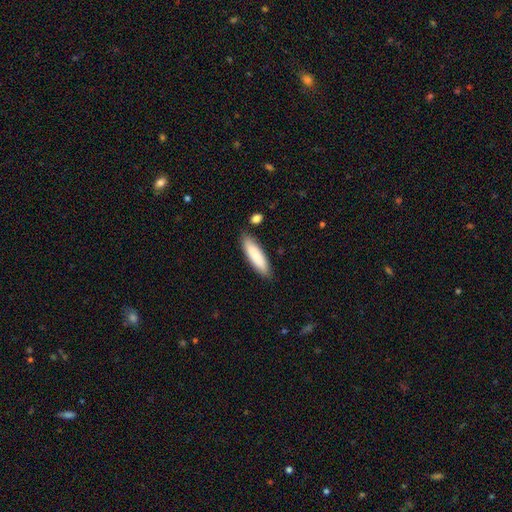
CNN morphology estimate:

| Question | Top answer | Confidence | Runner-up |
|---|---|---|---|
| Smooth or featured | smooth | 83% | featured or disk (11%) |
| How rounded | cigar-shaped | 66% | in between (32%) |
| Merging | none | 82% | minor disturbance (12%) |